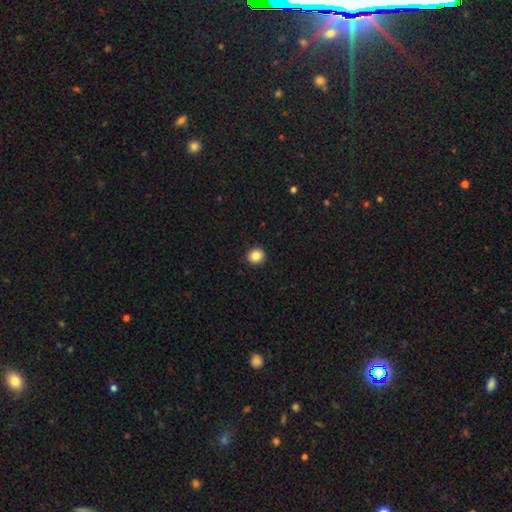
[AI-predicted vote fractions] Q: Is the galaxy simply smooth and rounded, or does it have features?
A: smooth — 86%.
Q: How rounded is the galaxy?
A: round — 90%.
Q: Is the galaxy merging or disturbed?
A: none — 92%.